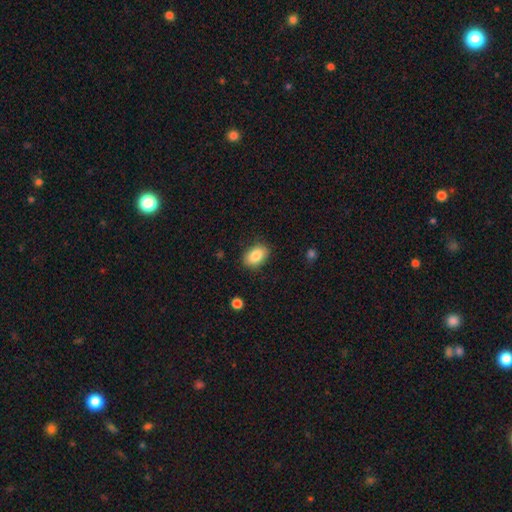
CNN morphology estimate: Overall: smooth (85%). How rounded: in between (87%). Merging: none (86%).